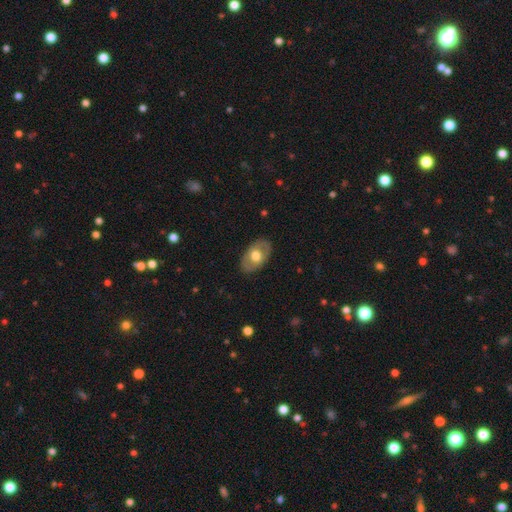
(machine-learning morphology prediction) Q: Smooth or featured?
A: smooth (54%); runner-up: featured or disk (40%)
Q: How rounded?
A: in between (88%); runner-up: round (10%)
Q: Merging?
A: none (84%); runner-up: minor disturbance (12%)